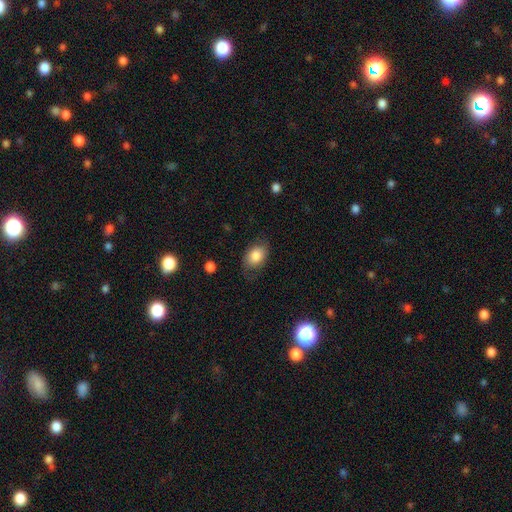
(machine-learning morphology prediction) Smooth or featured?
  - smooth: 80% *
  - featured or disk: 12%
  - star or artifact: 7%
How rounded?
  - in between: 80% *
  - round: 19%
  - cigar-shaped: 1%
Merging?
  - none: 70% *
  - minor disturbance: 21%
  - major disturbance: 7%
  - merger: 1%